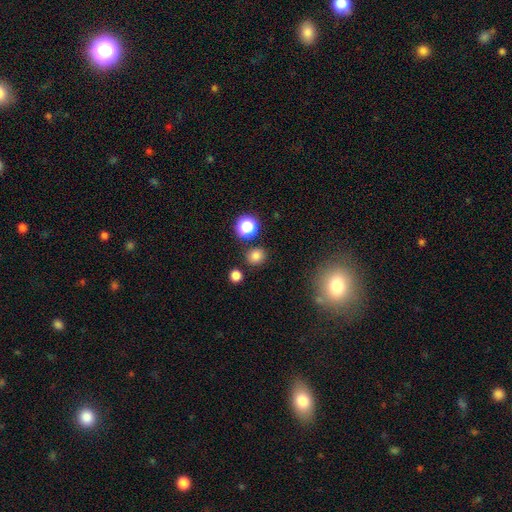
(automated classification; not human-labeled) A smooth galaxy with no disk features (79%) that is round (79%). Merging: none (84%).